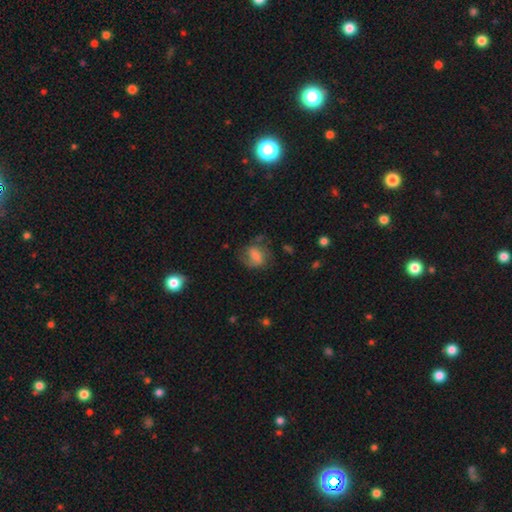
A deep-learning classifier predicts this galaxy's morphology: smooth 51%, featured or disk 40%, star or artifact 9%. Down the decision tree: how rounded — in between (62%); merging — none (51%).